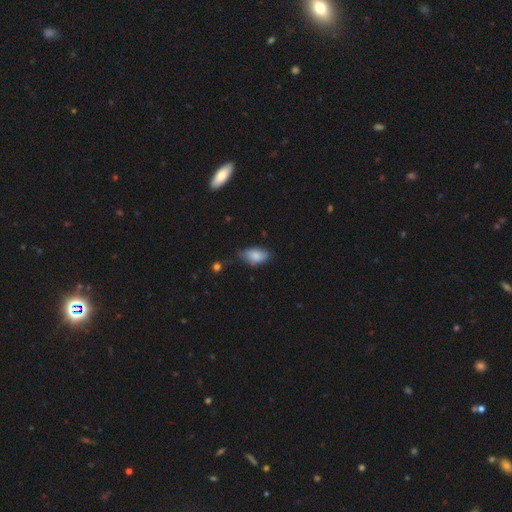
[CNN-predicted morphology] Smooth or featured?
  - smooth: 81% *
  - featured or disk: 11%
  - star or artifact: 8%
How rounded?
  - in between: 91% *
  - round: 6%
  - cigar-shaped: 3%
Merging?
  - none: 50% *
  - minor disturbance: 38%
  - major disturbance: 9%
  - merger: 3%